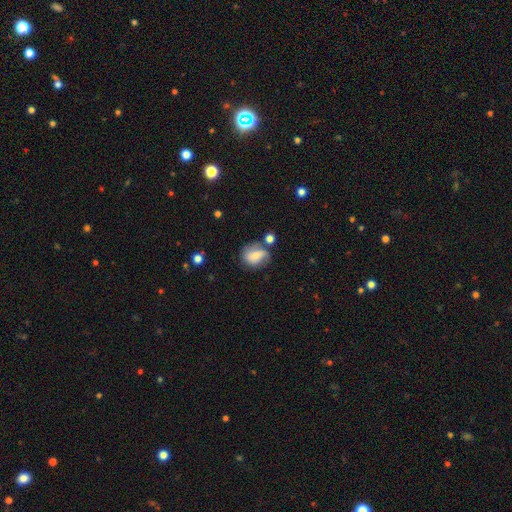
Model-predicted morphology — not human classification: smooth-or-featured: smooth: 55% | featured or disk: 36% | star or artifact: 9%
  how-rounded: round: 52% | in between: 47% | cigar-shaped: 1%
  merging: none: 49% | minor disturbance: 26% | merger: 13% | major disturbance: 12%